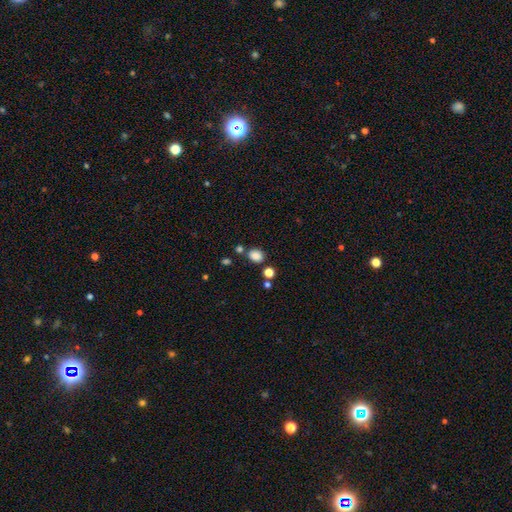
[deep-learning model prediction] Smooth or featured? smooth (84%)
How rounded? round (54%)
Merging? none (73%)